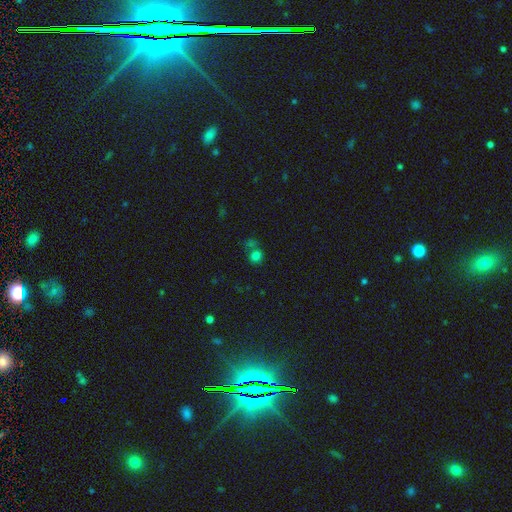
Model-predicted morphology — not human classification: This appears to be a smooth galaxy with no disk features (71%) that is round (81%). Merging: none (56%).